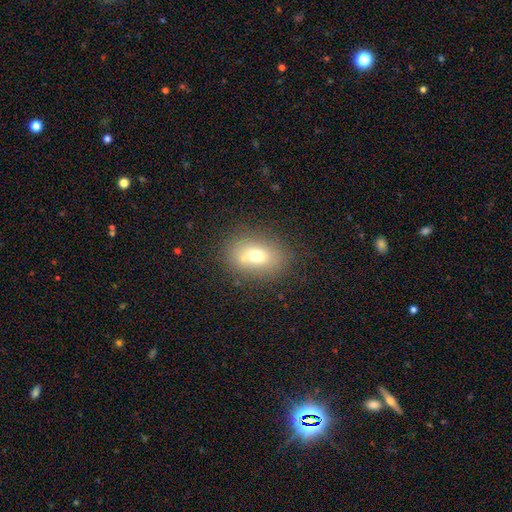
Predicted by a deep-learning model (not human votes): This is likely a smooth galaxy (68%). How rounded: likely in between (70%). Merging: likely none (69%).